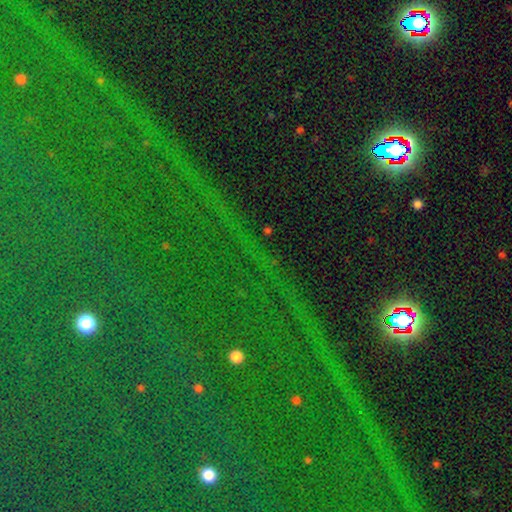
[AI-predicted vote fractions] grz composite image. It shows a star or artifact, not a galaxy (85%).